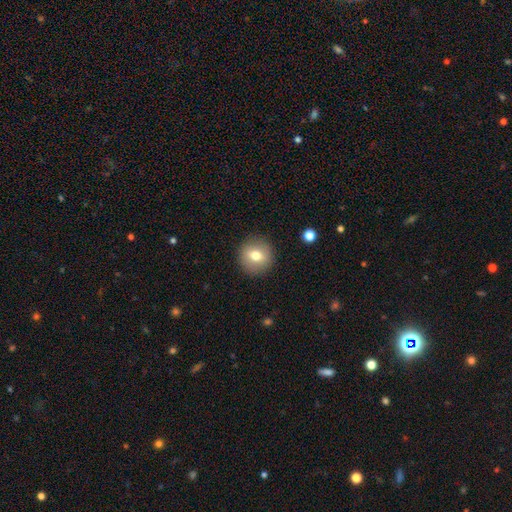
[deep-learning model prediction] The model was most divided on "smooth or featured": smooth: 71%, featured or disk: 20%, star or artifact: 9%. More confident: how rounded — round (91%); merging — none (90%).